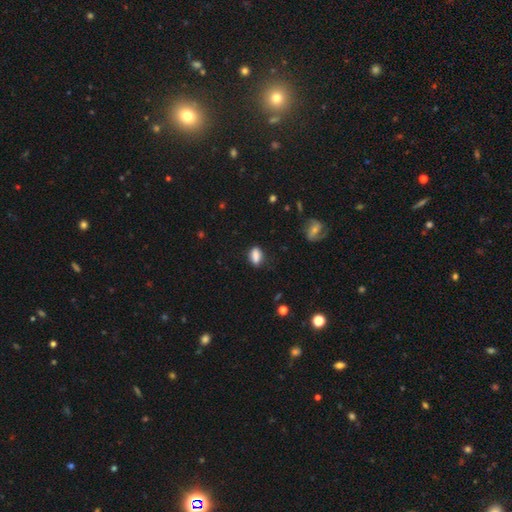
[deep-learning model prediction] Morphology: type=smooth (85%); roundness=in between (83%); merging=none (77%).